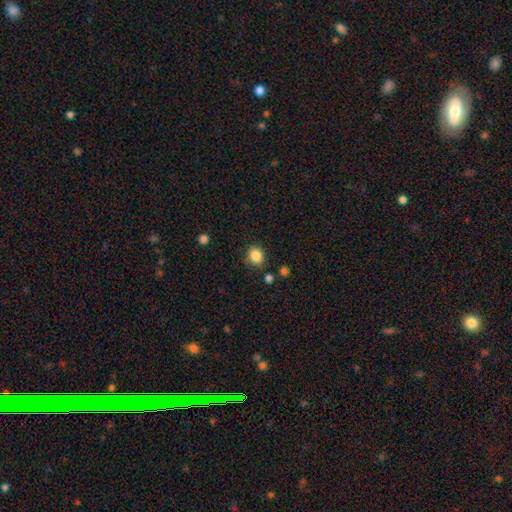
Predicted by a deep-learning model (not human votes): This is clearly a smooth galaxy (85%). How rounded: likely round (79%). Merging: clearly none (83%).